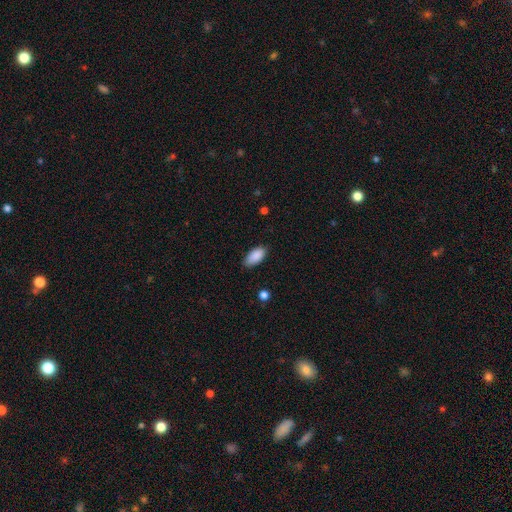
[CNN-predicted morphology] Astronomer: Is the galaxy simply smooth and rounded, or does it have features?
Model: smooth — 89%.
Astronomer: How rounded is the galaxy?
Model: in between — 92%.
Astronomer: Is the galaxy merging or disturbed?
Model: none — 80%.